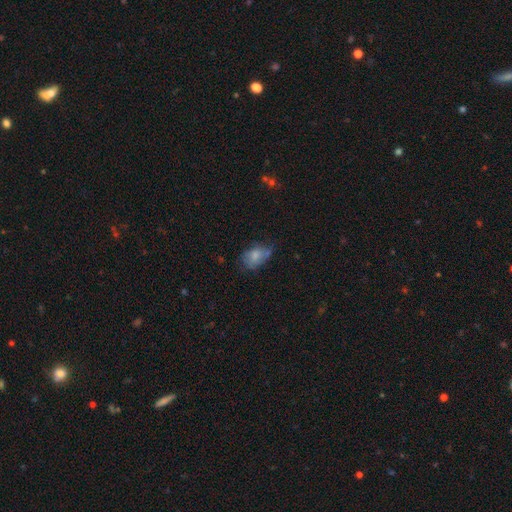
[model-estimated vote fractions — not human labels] Q: Smooth or featured?
A: smooth (70%); runner-up: featured or disk (21%)
Q: How rounded?
A: in between (83%); runner-up: round (15%)
Q: Merging?
A: none (44%); runner-up: minor disturbance (36%)